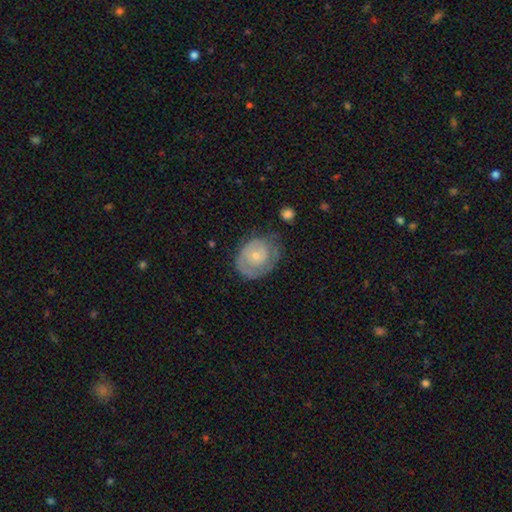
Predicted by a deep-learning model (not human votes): smooth_or_featured: featured or disk (p=0.65) [alt: smooth p=0.29]
disk_edge_on: no (p=0.97) [alt: yes p=0.03]
bar: no (p=0.77) [alt: weak p=0.20]
has_spiral_arms: yes (p=0.81) [alt: no p=0.19]
spiral_winding: tight (p=0.64) [alt: medium p=0.26]
spiral_arm_count: 2 (p=0.37) [alt: 1 p=0.28]
bulge_size: small (p=0.66) [alt: moderate p=0.28]
merging: none (p=0.60) [alt: minor disturbance p=0.25]